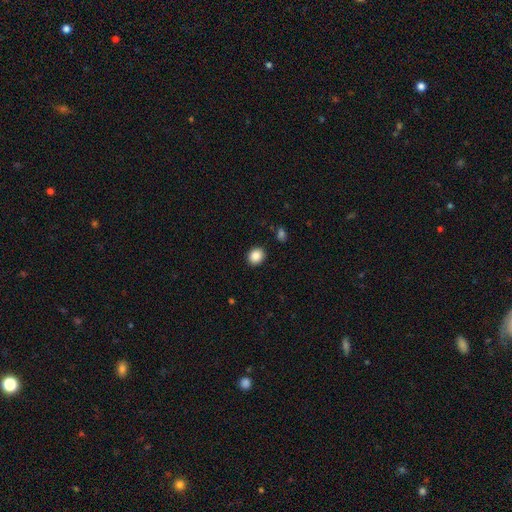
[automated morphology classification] Smooth or featured? smooth (87%)
How rounded? round (67%)
Merging? none (90%)